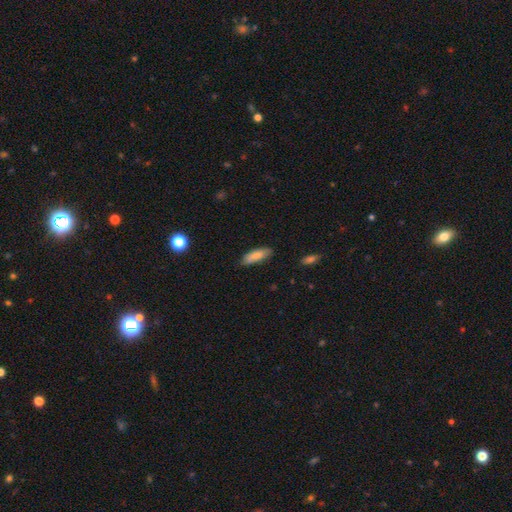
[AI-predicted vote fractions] A smooth galaxy with no disk features (84%) that is in between round and cigar-shaped (55%). Merging: none (81%).